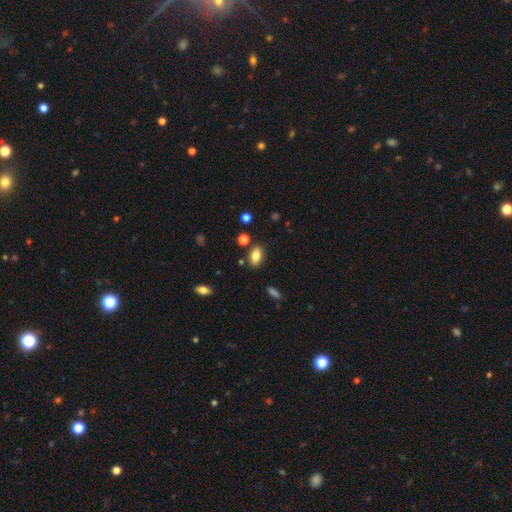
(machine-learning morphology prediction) smooth_or_featured: smooth (p=0.82) [alt: featured or disk p=0.09]
how_rounded: in between (p=0.88) [alt: round p=0.08]
merging: none (p=0.82) [alt: minor disturbance p=0.11]